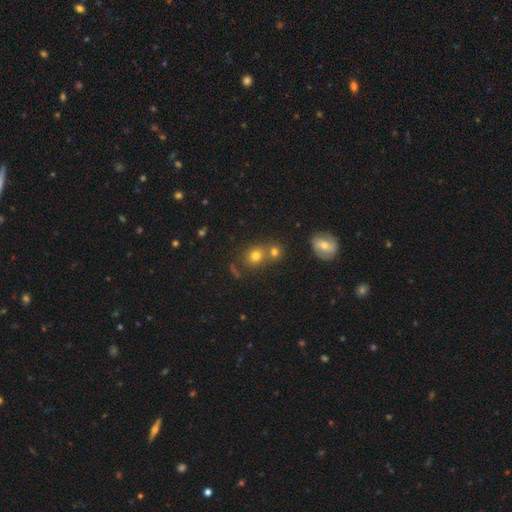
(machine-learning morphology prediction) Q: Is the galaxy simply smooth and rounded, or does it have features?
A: smooth — 71%.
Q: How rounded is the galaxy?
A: round — 74%.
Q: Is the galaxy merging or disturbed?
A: none — 50%.